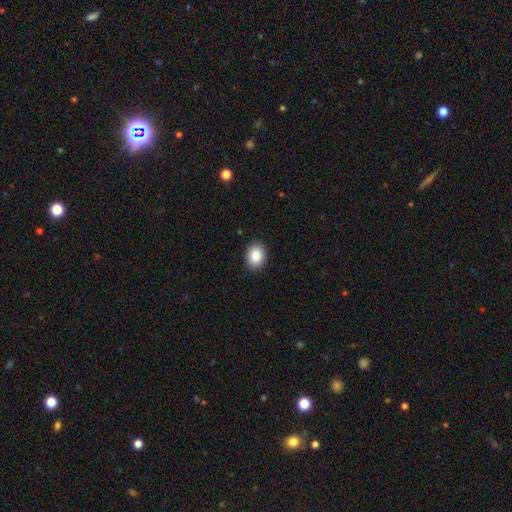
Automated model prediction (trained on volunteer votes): A smooth galaxy with no disk features (89%) that is in between round and cigar-shaped (61%).

Vote fractions:
- Smooth or featured? smooth: 89% / star or artifact: 7% / featured or disk: 4%
- How rounded? in between: 61% / round: 38% / cigar-shaped: 1%
- Merging? none: 89% / minor disturbance: 8% / major disturbance: 2% / merger: 1%